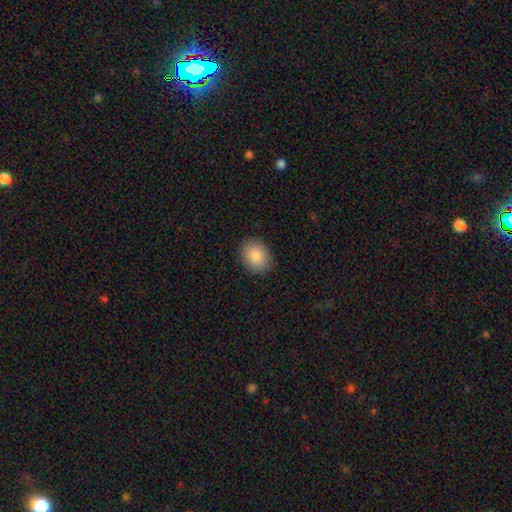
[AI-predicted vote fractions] Overall: smooth (86%). How rounded: in between (60%; round 39%). Merging: none (89%).